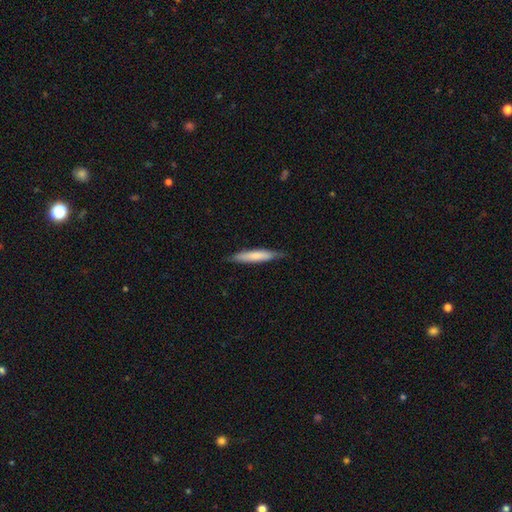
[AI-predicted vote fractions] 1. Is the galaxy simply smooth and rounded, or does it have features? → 71% smooth, 24% featured or disk, 5% star or artifact.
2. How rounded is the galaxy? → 90% cigar-shaped, 9% in between, 1% round.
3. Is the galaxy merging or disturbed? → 81% none, 15% minor disturbance, 2% major disturbance, 1% merger.